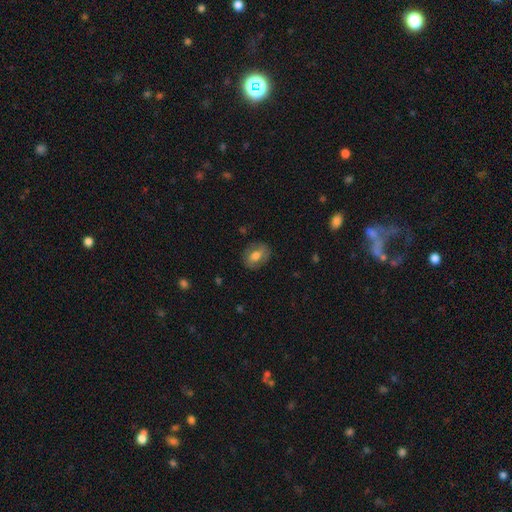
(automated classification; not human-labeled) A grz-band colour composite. It shows a smooth galaxy with no disk features (65%) that is in between round and cigar-shaped (69%). Merging: none (81%).